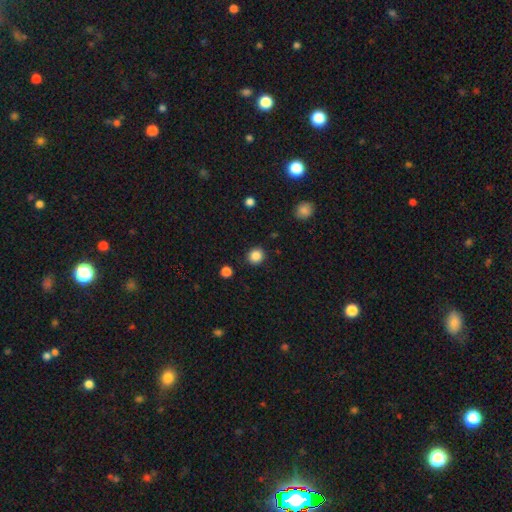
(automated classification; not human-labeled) Overall: smooth (86%). How rounded: round (87%). Merging: none (89%).